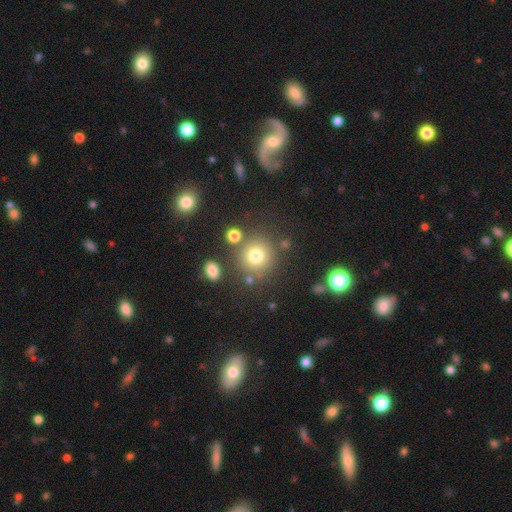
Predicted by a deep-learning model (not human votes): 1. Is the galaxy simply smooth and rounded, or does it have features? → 75% smooth, 15% star or artifact, 10% featured or disk.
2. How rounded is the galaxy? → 91% round, 8% in between, 1% cigar-shaped.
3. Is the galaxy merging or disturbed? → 79% none, 9% minor disturbance, 8% merger, 4% major disturbance.